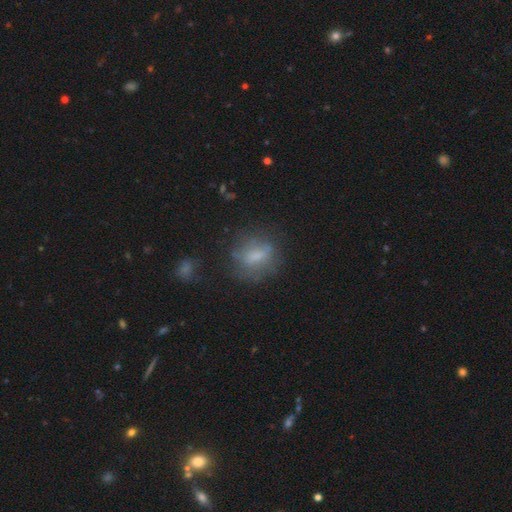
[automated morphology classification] type=smooth (61%); roundness=in between (54%); merging=none (62%).